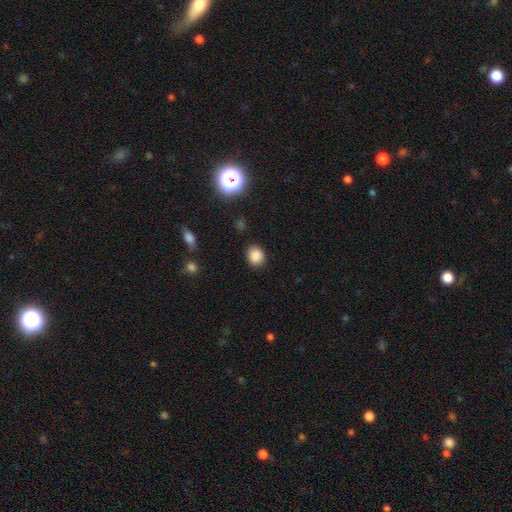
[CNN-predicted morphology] Smooth or featured? smooth (85%)
How rounded? round (64%)
Merging? none (86%)